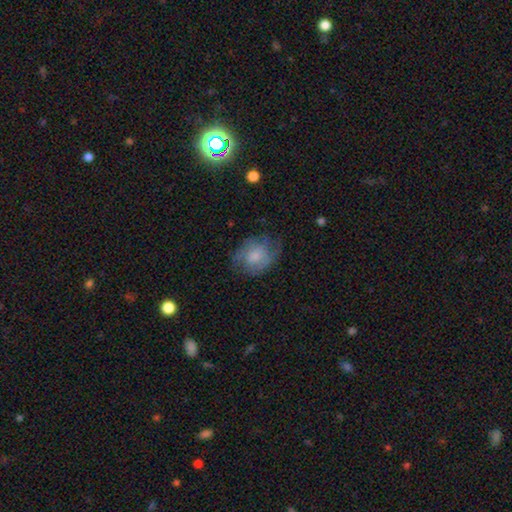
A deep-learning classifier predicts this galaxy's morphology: smooth 57%, featured or disk 36%, star or artifact 8%. Down the decision tree: how rounded — round (54%); merging — none (60%).